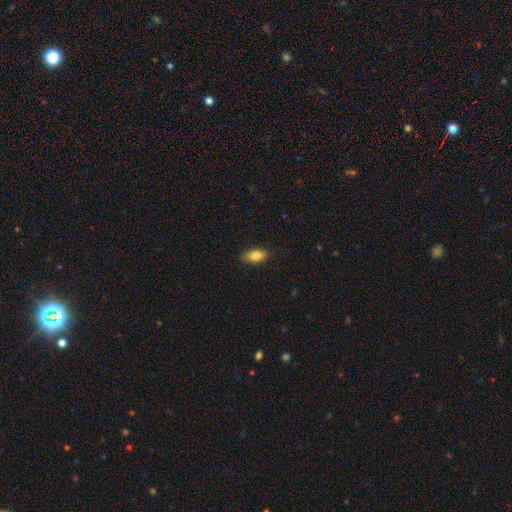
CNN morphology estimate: type=smooth (83%); roundness=in between (89%); merging=none (86%).